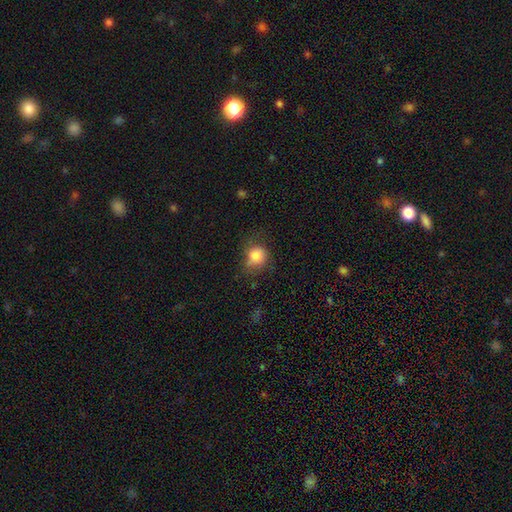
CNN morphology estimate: Smooth or featured?
  - smooth: 83% *
  - star or artifact: 9%
  - featured or disk: 8%
How rounded?
  - round: 71% *
  - in between: 28%
  - cigar-shaped: 1%
Merging?
  - none: 52% *
  - minor disturbance: 30%
  - major disturbance: 15%
  - merger: 2%